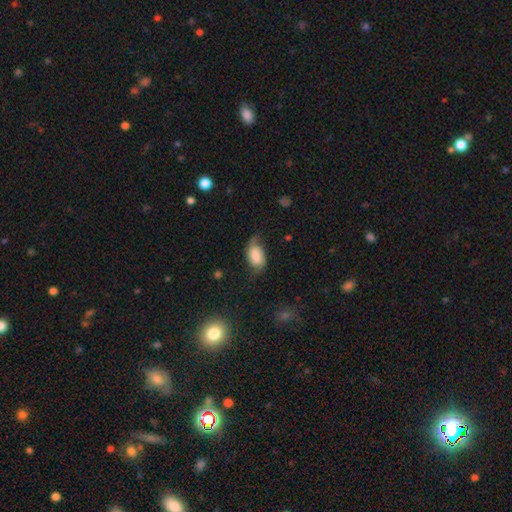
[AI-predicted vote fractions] A smooth galaxy with no disk features (53%) that is in between round and cigar-shaped (90%).

Vote fractions:
- Smooth or featured? smooth: 53% / featured or disk: 39% / star or artifact: 9%
- How rounded? in between: 90% / round: 8% / cigar-shaped: 2%
- Merging? none: 50% / minor disturbance: 32% / major disturbance: 16% / merger: 2%